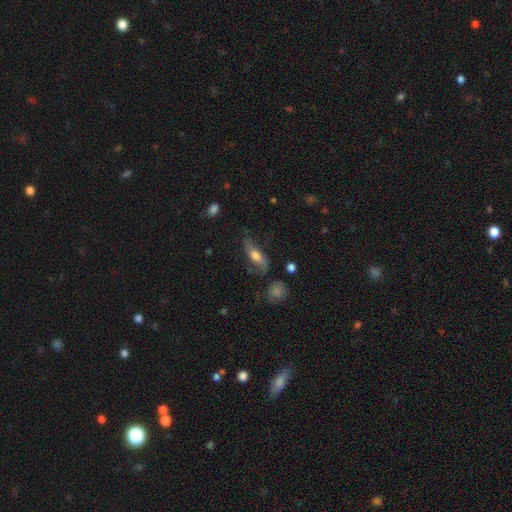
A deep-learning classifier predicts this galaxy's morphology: type=smooth (50%); roundness=in between (62%); merging=none (64%).